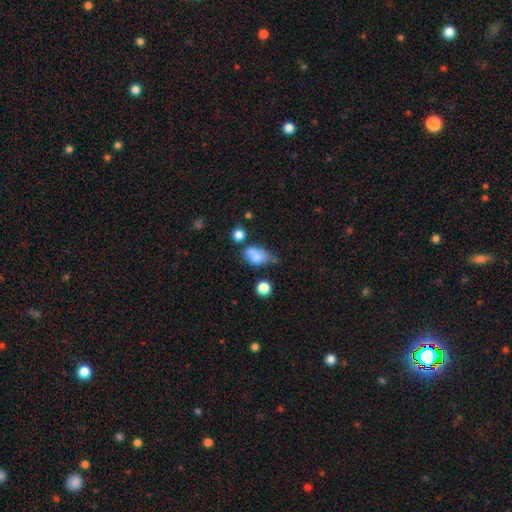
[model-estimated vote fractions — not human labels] The model was most divided on "merging": none: 33%, minor disturbance: 32%, merger: 18%, major disturbance: 17%. More confident: how rounded — in between (77%); smooth or featured — smooth (73%).